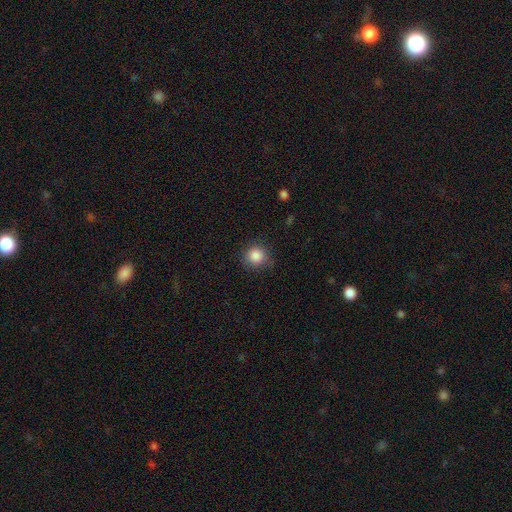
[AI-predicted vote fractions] Smooth or featured: smooth — 86% (star or artifact — 10%)
How rounded: round — 91% (in between — 8%)
Merging: none — 79% (minor disturbance — 16%)